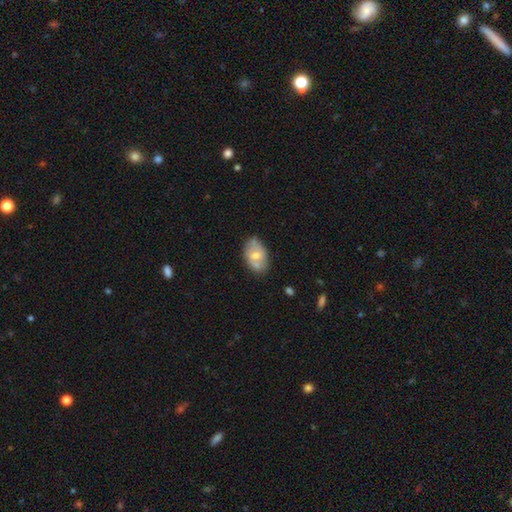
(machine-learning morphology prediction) type=smooth (56%); roundness=in between (89%); merging=none (59%).